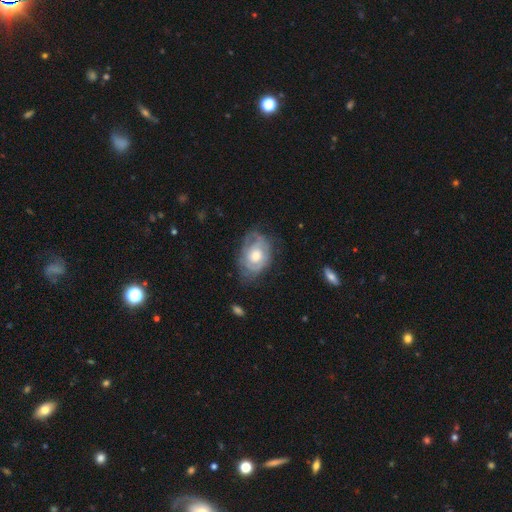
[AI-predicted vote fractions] Morphology: type=featured or disk (69%); edge-on=no (96%); bar=no (77%); spiral arms=yes (74%); bulge=moderate (63%); merging=none (61%).